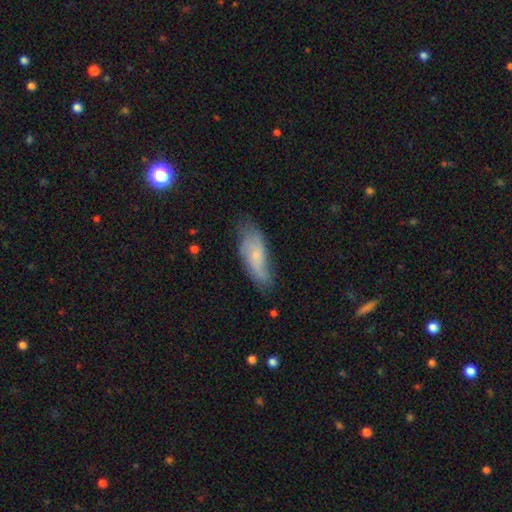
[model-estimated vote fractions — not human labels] smooth-or-featured: featured or disk: 46% (tied) | smooth: 46% (tied) | star or artifact: 8%
  merging: none: 58% | minor disturbance: 30% | major disturbance: 10% | merger: 2%